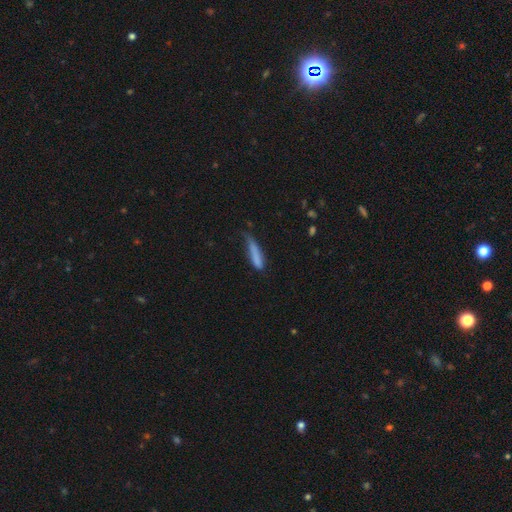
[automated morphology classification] A smooth galaxy with no disk features (80%) that is cigar-shaped (82%). Merging: none (42%).